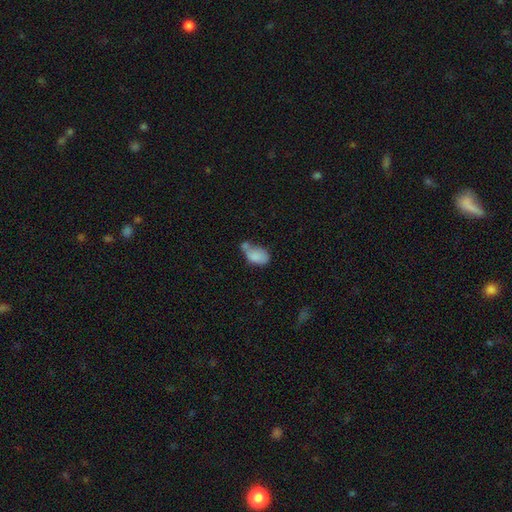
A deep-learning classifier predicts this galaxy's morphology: smooth_or_featured: smooth (p=0.79) [alt: featured or disk p=0.13]
how_rounded: in between (p=0.89) [alt: round p=0.09]
merging: merger (p=0.41) [alt: none p=0.25]